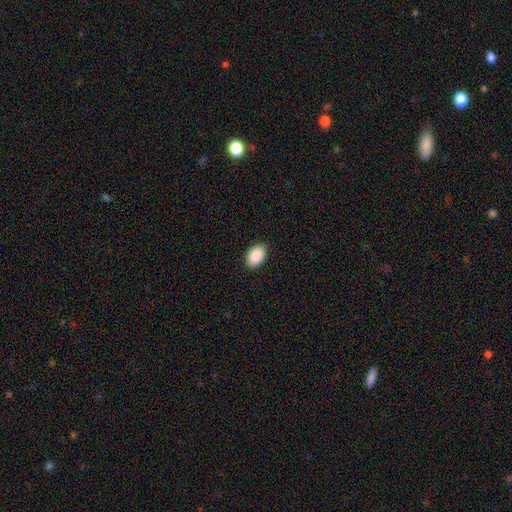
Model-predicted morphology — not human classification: The model was most divided on "merging": none: 88%, minor disturbance: 9%, major disturbance: 2%, merger: 1%. More confident: smooth or featured — smooth (91%); how rounded — in between (91%).